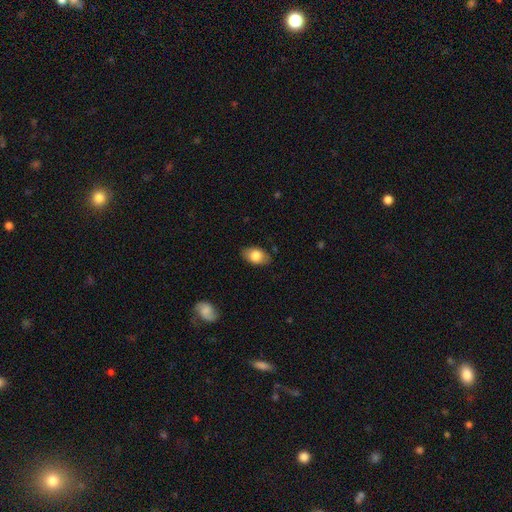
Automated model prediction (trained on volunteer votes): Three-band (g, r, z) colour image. It shows a smooth galaxy with no disk features (80%) that is in between round and cigar-shaped (90%). Merging: none (84%).